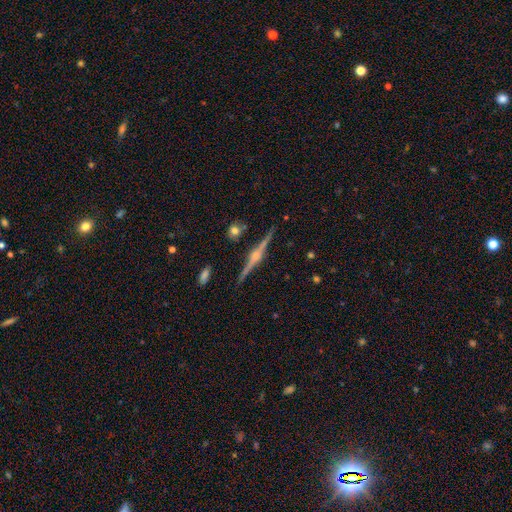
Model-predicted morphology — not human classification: featured or disk 86%, smooth 7%, star or artifact 7%. Down the decision tree: edge-on disk — yes (98%); edge-on bulge — rounded (87%); merging — none (89%).